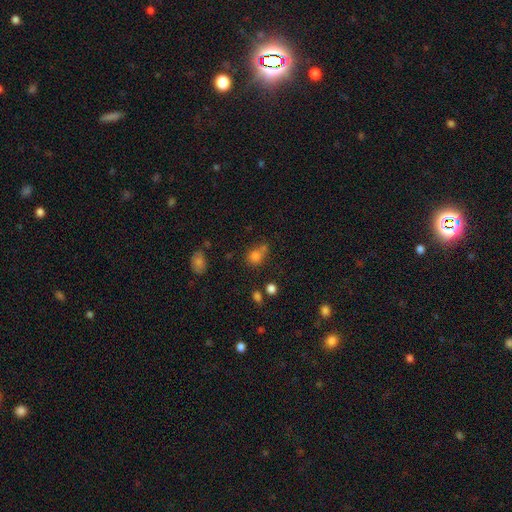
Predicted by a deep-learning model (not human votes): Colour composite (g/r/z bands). It shows a smooth galaxy with no disk features (77%) that is round (67%). Merging: none (46%).